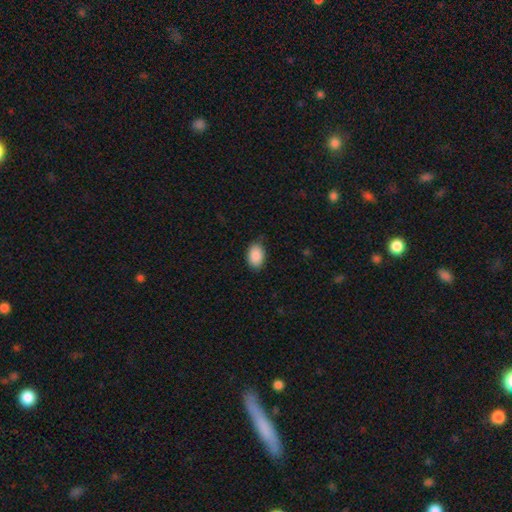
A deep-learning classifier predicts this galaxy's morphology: smooth 89%, star or artifact 7%, featured or disk 4%. Down the decision tree: how rounded — in between (87%); merging — none (83%).